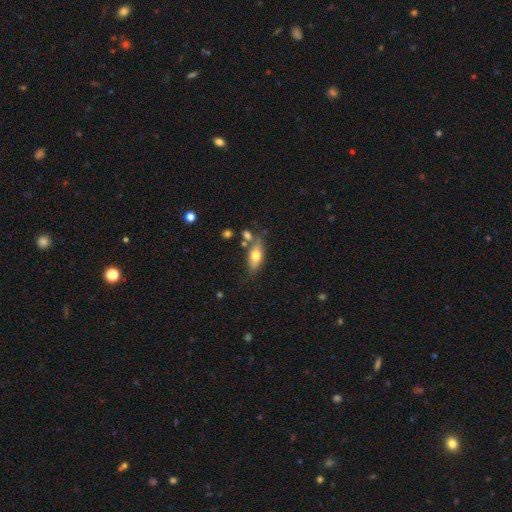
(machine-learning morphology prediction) smooth-or-featured: smooth: 60% | featured or disk: 33% | star or artifact: 7%
  how-rounded: in between: 70% | cigar-shaped: 26% | round: 4%
  merging: none: 61% | minor disturbance: 19% | merger: 14% | major disturbance: 6%